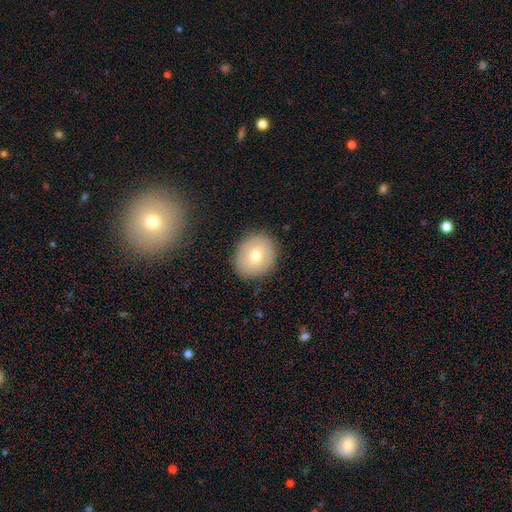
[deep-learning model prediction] Morphology: type=smooth (70%); roundness=round (71%); merging=none (87%).